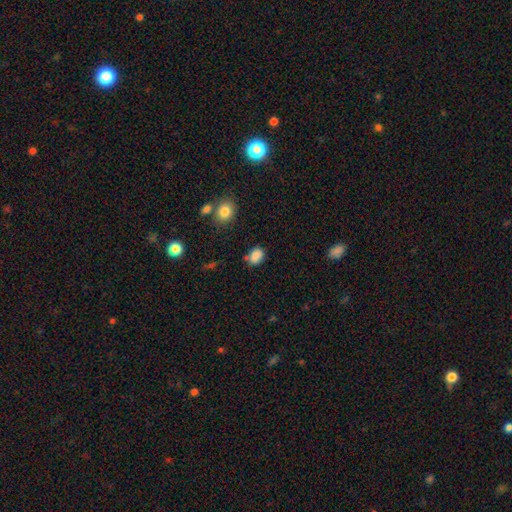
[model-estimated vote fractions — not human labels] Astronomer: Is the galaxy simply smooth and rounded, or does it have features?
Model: smooth — 85%.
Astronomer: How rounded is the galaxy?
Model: in between — 68%.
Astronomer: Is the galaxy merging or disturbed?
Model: none — 68%.